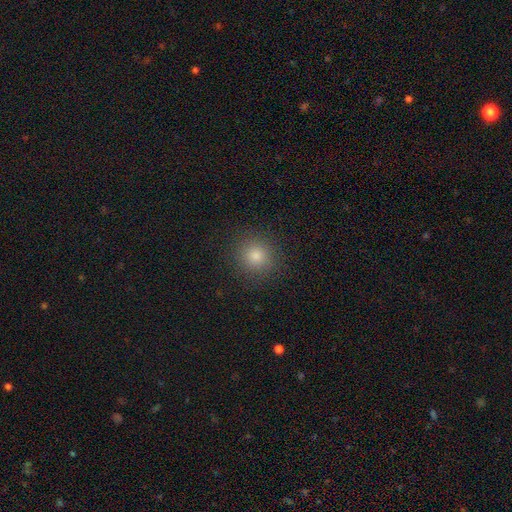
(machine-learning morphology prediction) smooth 79%, star or artifact 15%, featured or disk 6%. Down the decision tree: how rounded — round (92%); merging — none (91%).